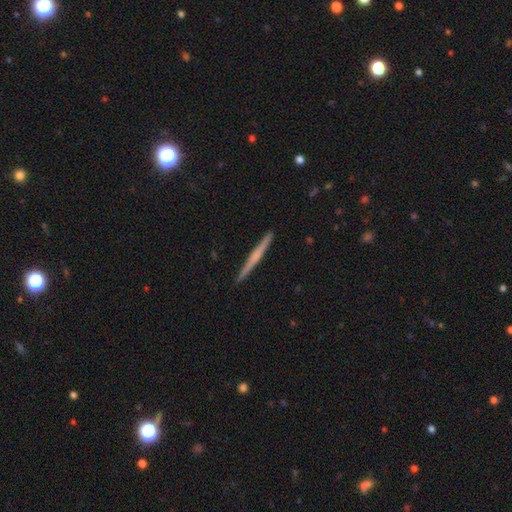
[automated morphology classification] Smooth or featured: featured or disk — 54% (smooth — 40%)
Edge-on disk: yes — 98% (no — 2%)
Edge-on bulge: none — 67% (rounded — 25%)
Merging: none — 93% (minor disturbance — 5%)